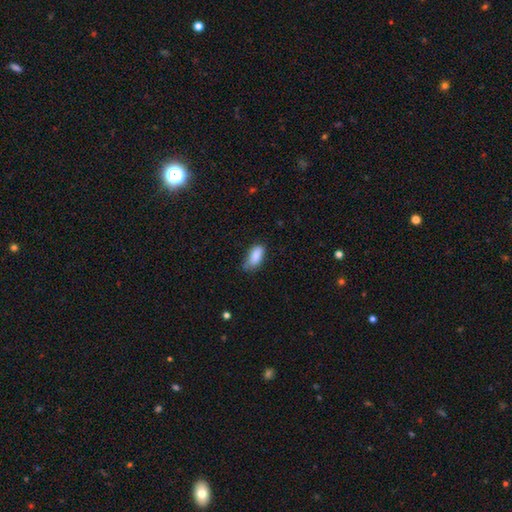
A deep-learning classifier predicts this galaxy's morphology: Smooth or featured: smooth — 86% (star or artifact — 7%)
How rounded: in between — 89% (cigar-shaped — 8%)
Merging: none — 57% (minor disturbance — 34%)